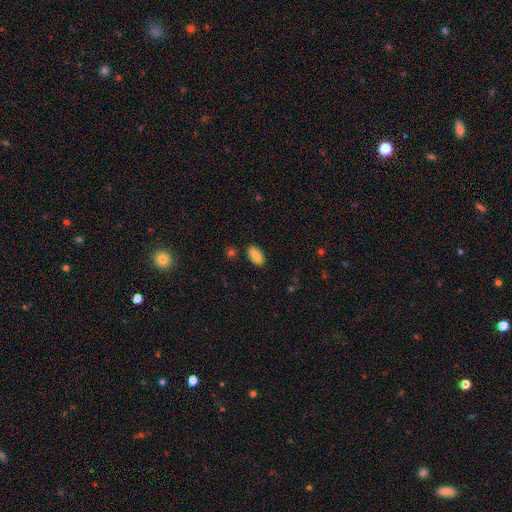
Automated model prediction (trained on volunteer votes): This is clearly a smooth galaxy (84%). How rounded: clearly in between (93%). Merging: clearly none (86%).